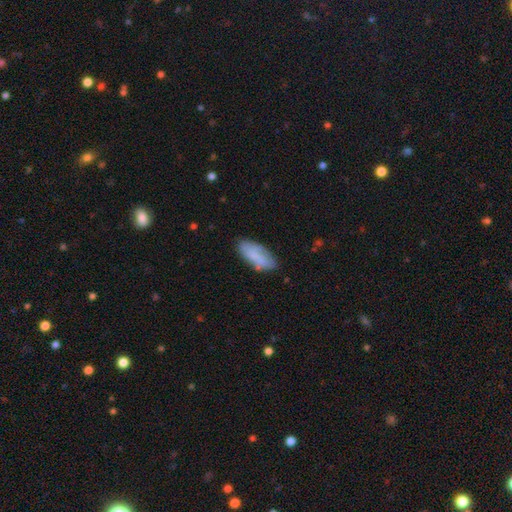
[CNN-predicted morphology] Smooth or featured?
  - smooth: 71% *
  - featured or disk: 22%
  - star or artifact: 7%
How rounded?
  - in between: 84% *
  - cigar-shaped: 14%
  - round: 2%
Merging?
  - none: 72% *
  - minor disturbance: 20%
  - major disturbance: 5%
  - merger: 3%